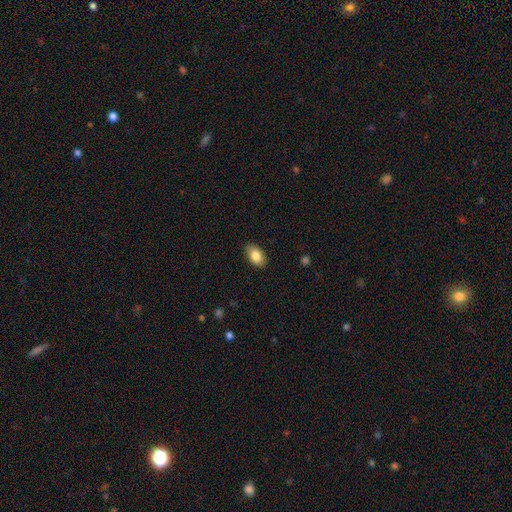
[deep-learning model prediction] Smooth or featured?
  - smooth: 86% *
  - featured or disk: 7%
  - star or artifact: 7%
How rounded?
  - in between: 92% *
  - round: 7%
  - cigar-shaped: 2%
Merging?
  - none: 87% *
  - minor disturbance: 10%
  - major disturbance: 2%
  - merger: 1%